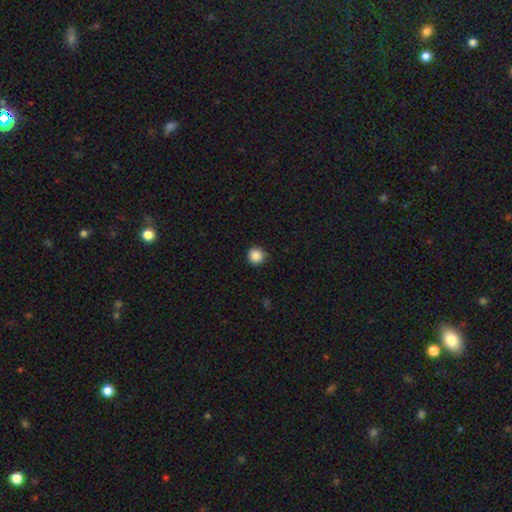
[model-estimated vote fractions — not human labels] A smooth galaxy with no disk features (87%) that is round (94%). Merging: none (89%).